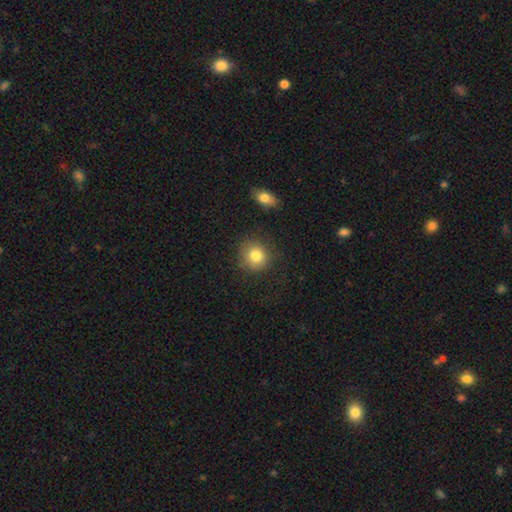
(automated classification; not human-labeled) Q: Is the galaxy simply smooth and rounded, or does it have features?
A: smooth — 82%.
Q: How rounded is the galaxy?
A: round — 88%.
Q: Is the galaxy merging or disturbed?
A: none — 81%.